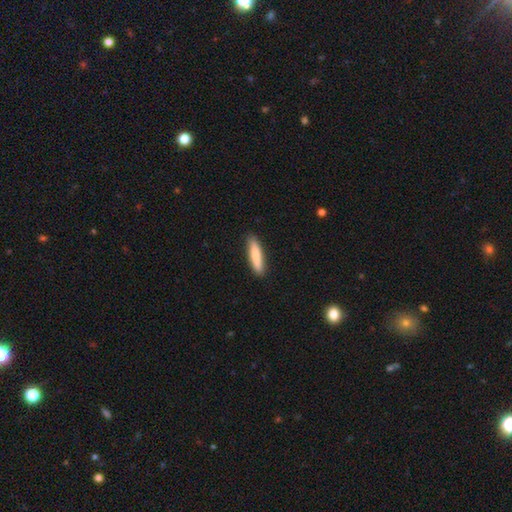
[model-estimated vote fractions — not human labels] A smooth galaxy with no disk features (82%) that is cigar-shaped (82%). Merging: none (89%).